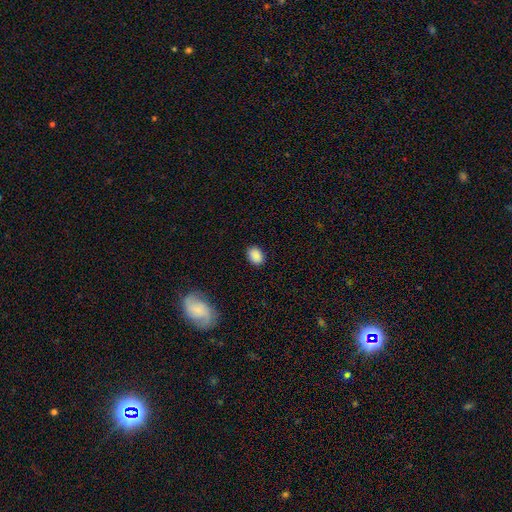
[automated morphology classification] The model was most divided on "how rounded": in between: 74%, round: 25%, cigar-shaped: 1%. More confident: smooth or featured — smooth (88%); merging — none (87%).